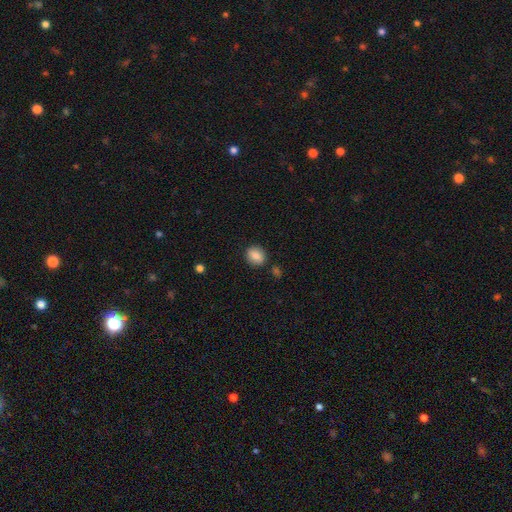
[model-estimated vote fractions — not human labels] Overall: smooth (86%). How rounded: round (53%; in between 45%). Merging: none (84%).